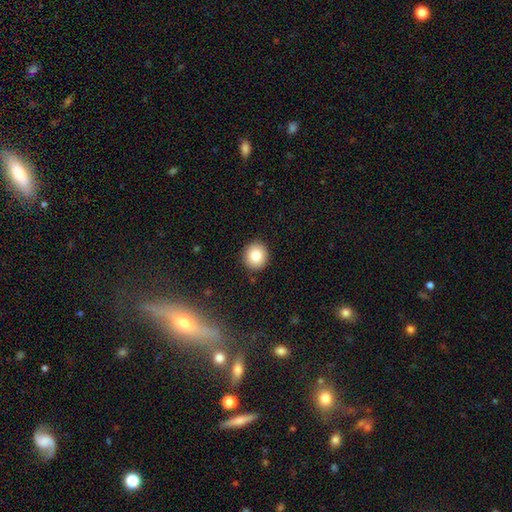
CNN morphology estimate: This is clearly a smooth galaxy (83%). How rounded: clearly round (87%). Merging: clearly none (91%).